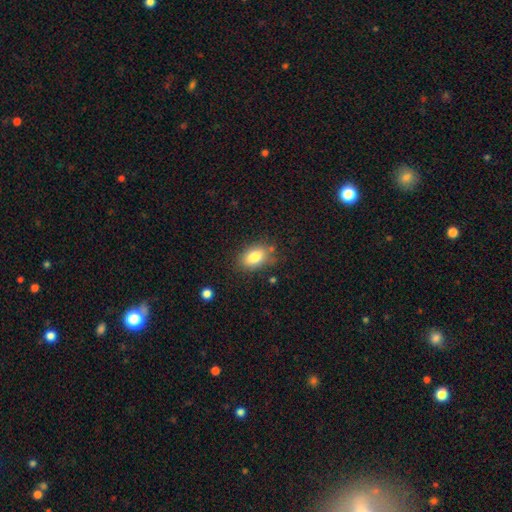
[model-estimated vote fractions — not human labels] Q: Smooth or featured?
A: smooth (83%); runner-up: featured or disk (8%)
Q: How rounded?
A: in between (86%); runner-up: round (13%)
Q: Merging?
A: none (74%); runner-up: minor disturbance (18%)